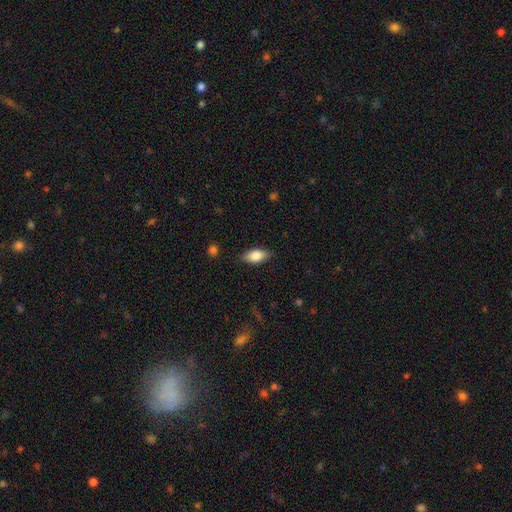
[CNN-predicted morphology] A smooth galaxy with no disk features (79%) that is in between round and cigar-shaped (87%).

Vote fractions:
- Smooth or featured? smooth: 79% / featured or disk: 14% / star or artifact: 7%
- How rounded? in between: 87% / cigar-shaped: 9% / round: 4%
- Merging? none: 84% / minor disturbance: 12% / major disturbance: 3% / merger: 1%